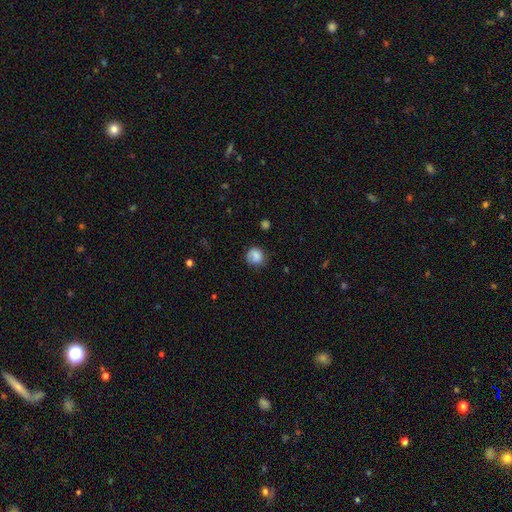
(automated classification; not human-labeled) Smooth or featured?
  - smooth: 79% *
  - featured or disk: 12%
  - star or artifact: 9%
How rounded?
  - round: 79% *
  - in between: 20%
  - cigar-shaped: 1%
Merging?
  - none: 65% *
  - minor disturbance: 24%
  - major disturbance: 9%
  - merger: 2%